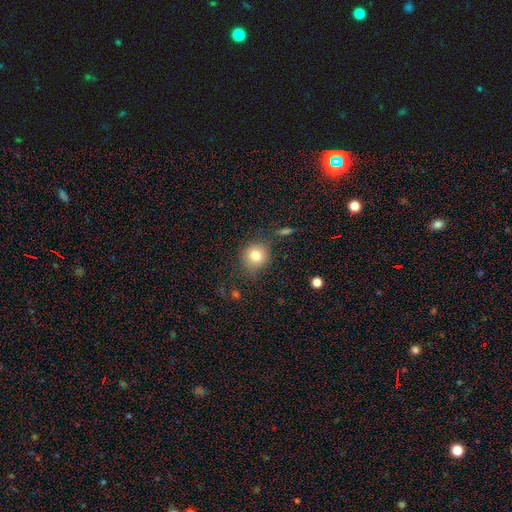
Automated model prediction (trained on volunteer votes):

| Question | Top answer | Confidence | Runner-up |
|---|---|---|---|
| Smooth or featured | smooth | 80% | star or artifact (11%) |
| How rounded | round | 86% | in between (13%) |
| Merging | none | 79% | minor disturbance (14%) |